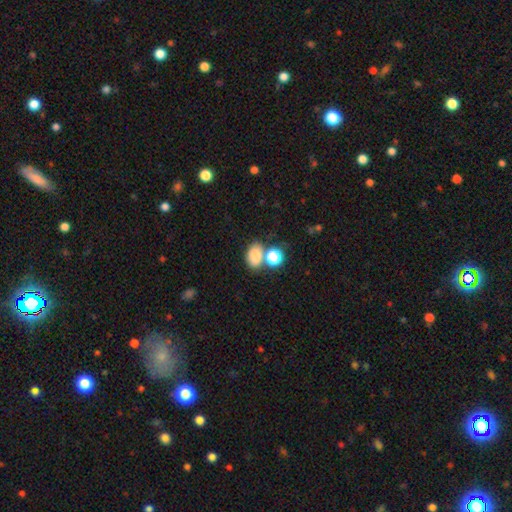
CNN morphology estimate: Smooth or featured: smooth — 78% (star or artifact — 13%)
How rounded: in between — 73% (round — 26%)
Merging: none — 53% (merger — 29%)